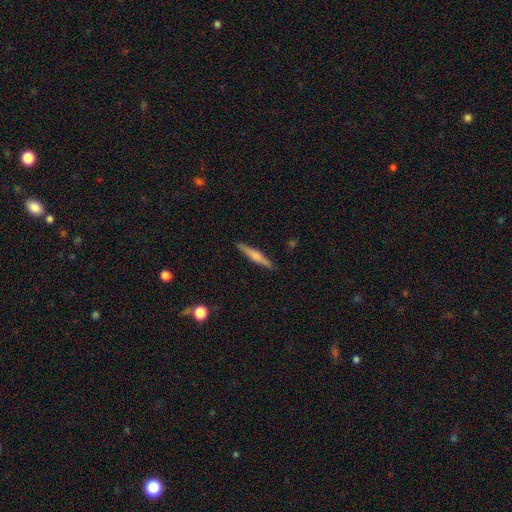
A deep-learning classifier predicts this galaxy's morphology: A featured or disk galaxy (49%). Merging: none (90%).